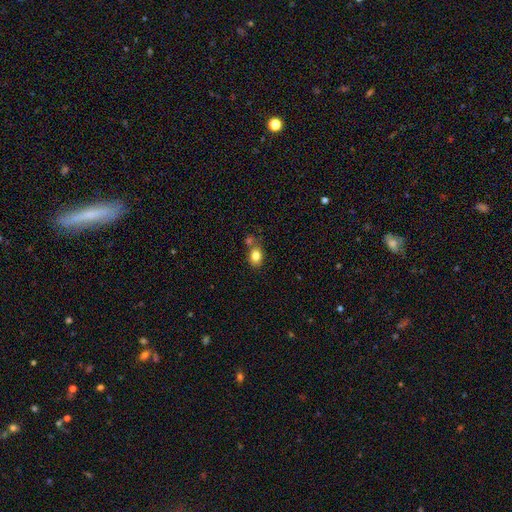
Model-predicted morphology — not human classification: Smooth or featured? smooth (82%)
How rounded? in between (58%)
Merging? none (63%)